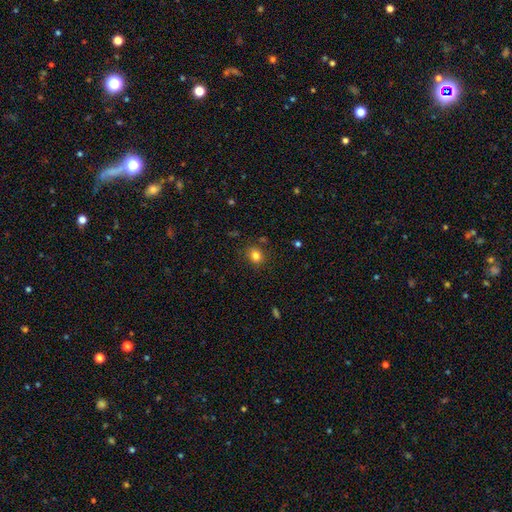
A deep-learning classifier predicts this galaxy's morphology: A smooth galaxy with no disk features (81%) that is round (64%).

Vote fractions:
- Smooth or featured? smooth: 81% / star or artifact: 13% / featured or disk: 7%
- How rounded? round: 64% / in between: 35% / cigar-shaped: 1%
- Merging? none: 84% / minor disturbance: 11% / major disturbance: 3% / merger: 2%